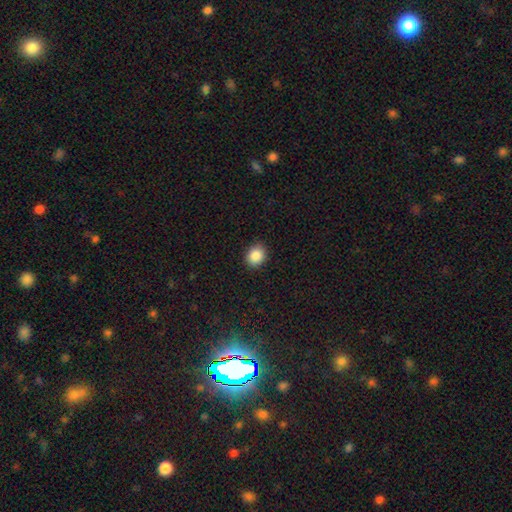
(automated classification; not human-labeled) This is clearly a smooth galaxy (87%). How rounded: likely round (63%). Merging: clearly none (89%).